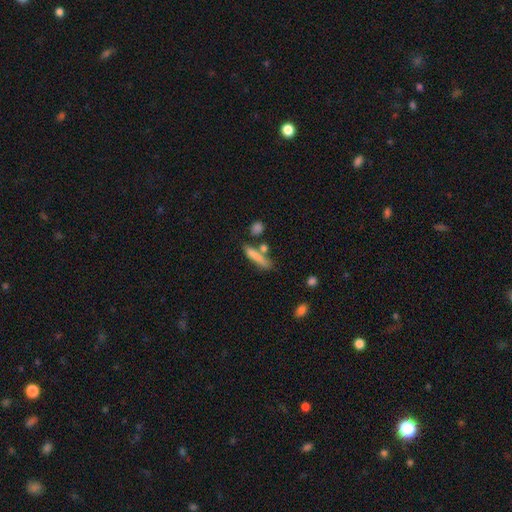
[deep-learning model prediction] Smooth or featured: smooth — 77% (featured or disk — 15%)
How rounded: cigar-shaped — 81% (in between — 16%)
Merging: none — 62% (merger — 17%)